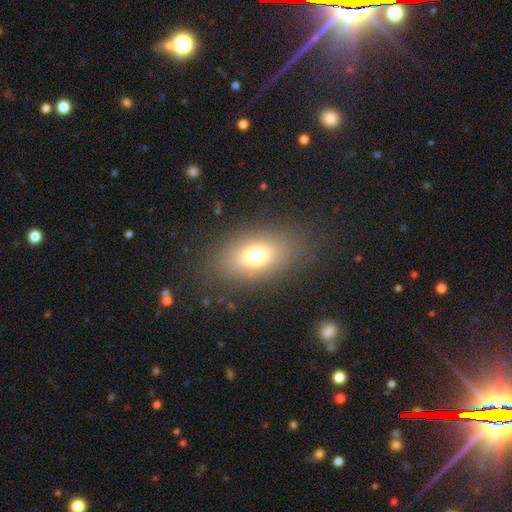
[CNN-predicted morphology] smooth 69%, featured or disk 16%, star or artifact 15%. Down the decision tree: how rounded — in between (80%); merging — none (81%).